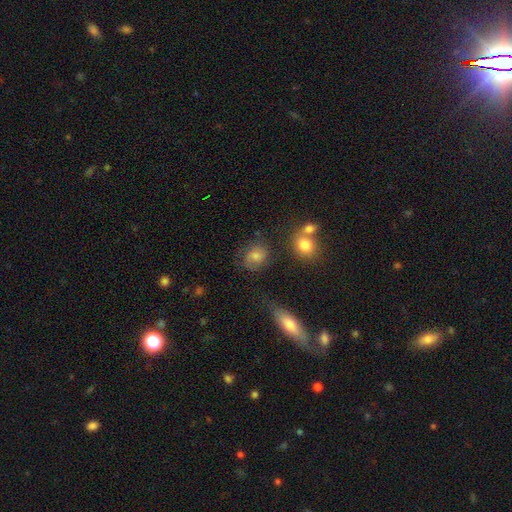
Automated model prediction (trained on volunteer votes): Smooth or featured? smooth (61%)
How rounded? round (57%)
Merging? none (66%)